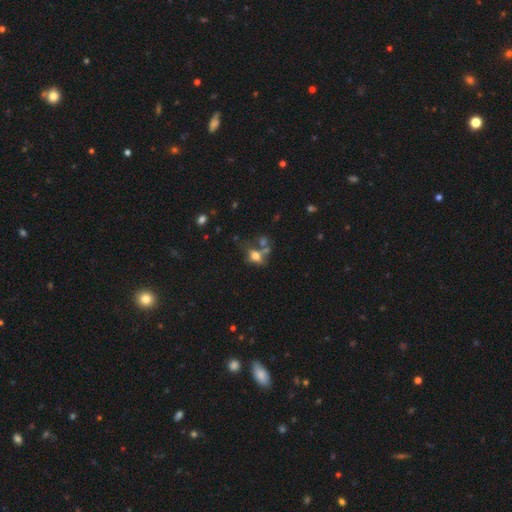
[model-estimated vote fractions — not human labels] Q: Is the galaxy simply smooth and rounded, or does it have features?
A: smooth — 62%.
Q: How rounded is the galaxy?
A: in between — 69%.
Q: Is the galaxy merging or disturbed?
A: none — 39%.